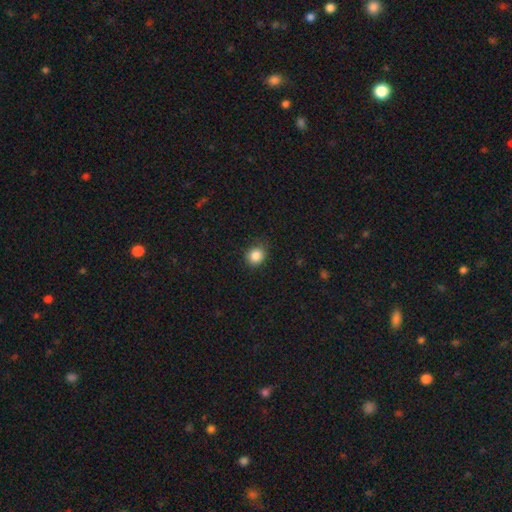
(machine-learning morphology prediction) Q: Smooth or featured?
A: smooth (86%); runner-up: star or artifact (10%)
Q: How rounded?
A: round (78%); runner-up: in between (21%)
Q: Merging?
A: none (82%); runner-up: minor disturbance (14%)